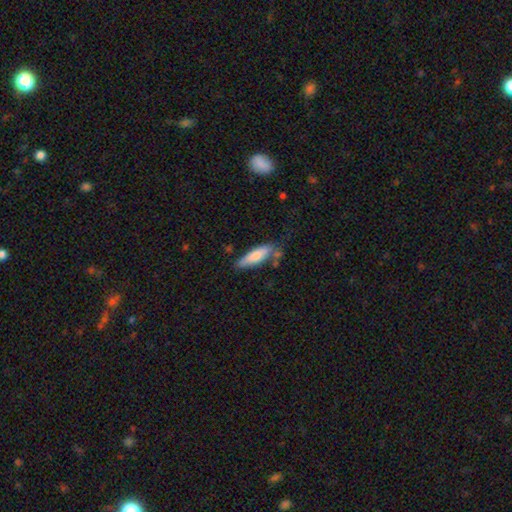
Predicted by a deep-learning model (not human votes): This appears to be a smooth galaxy with no disk features (73%) that is cigar-shaped (57%). Merging: none (65%).